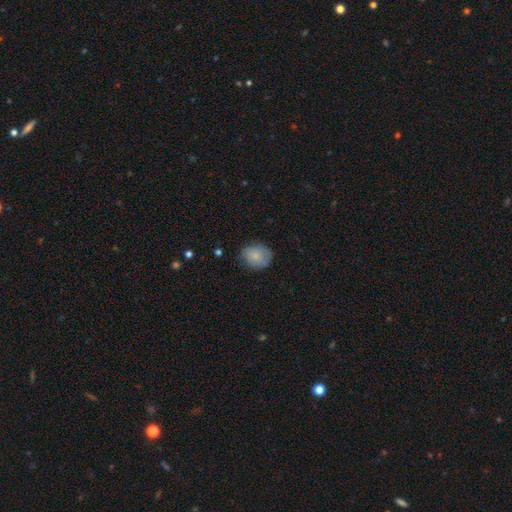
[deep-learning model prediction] Smooth or featured?
  - smooth: 79% *
  - featured or disk: 14%
  - star or artifact: 7%
How rounded?
  - round: 64% *
  - in between: 35%
  - cigar-shaped: 1%
Merging?
  - none: 73% *
  - minor disturbance: 21%
  - major disturbance: 5%
  - merger: 1%